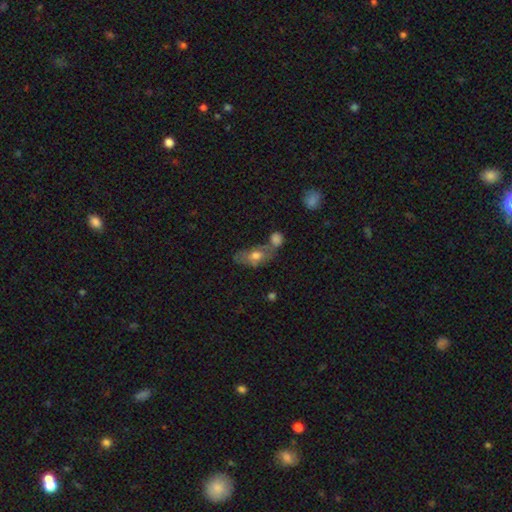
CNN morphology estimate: A smooth galaxy with no disk features (61%) that is in between round and cigar-shaped (85%).

Vote fractions:
- Smooth or featured? smooth: 61% / featured or disk: 30% / star or artifact: 9%
- How rounded? in between: 85% / round: 9% / cigar-shaped: 7%
- Merging? merger: 35% / none: 34% / minor disturbance: 19% / major disturbance: 12%